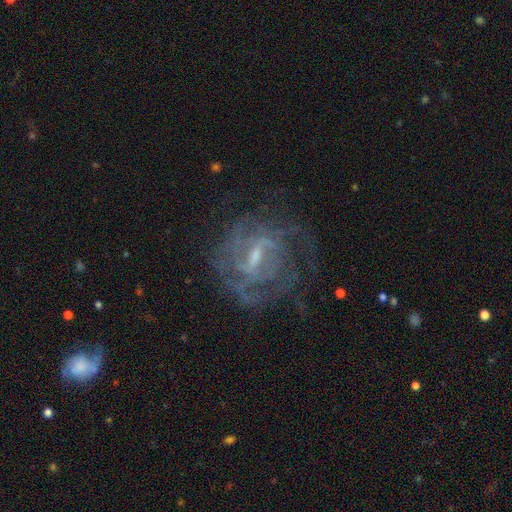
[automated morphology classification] This is clearly a featured or disk galaxy (81%). It is clearly not viewed edge-on (96%). Bar: possibly weak (53%). Spiral arm pattern: clearly yes (82%). Spiral arm count: possibly can't tell (49%). Spiral winding: possibly tight (55%). Central bulge: possibly small (54%). Merging: likely none (64%).